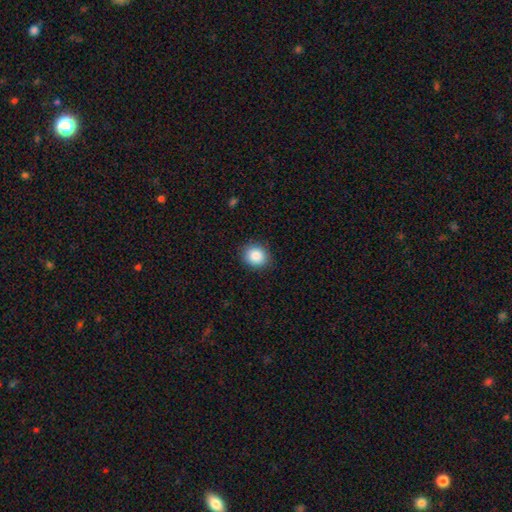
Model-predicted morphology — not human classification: smooth_or_featured: smooth (p=0.87) [alt: star or artifact p=0.09]
how_rounded: round (p=0.72) [alt: in between p=0.27]
merging: none (p=0.88) [alt: minor disturbance p=0.08]